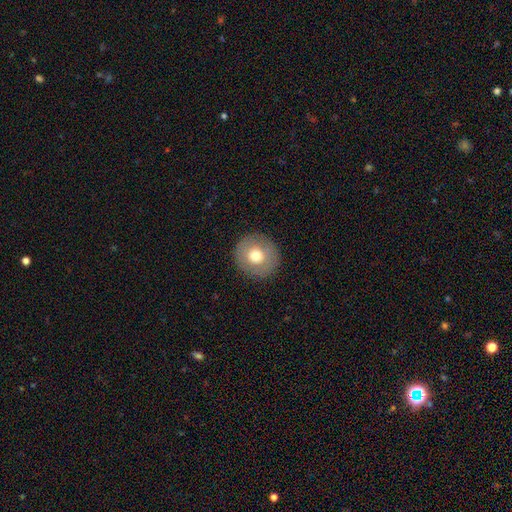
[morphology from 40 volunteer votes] smooth-or-featured: smooth: 68% | featured or disk: 22% | star or artifact: 10%
  how-rounded: round: 100% | in between: 0% | cigar-shaped: 0%
  merging: none: 92% | minor disturbance: 6% | major disturbance: 3% | merger: 0%